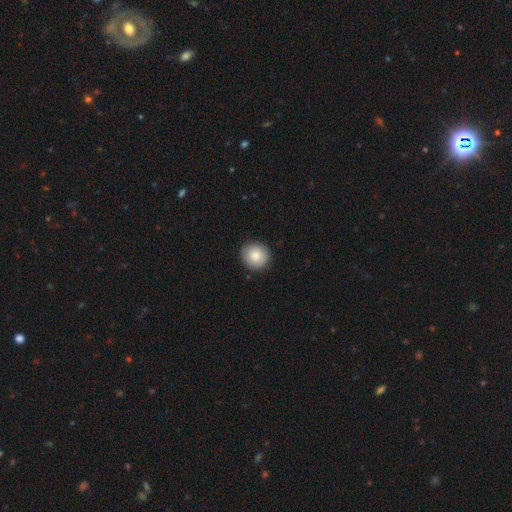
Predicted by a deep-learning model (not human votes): Smooth or featured?
  - smooth: 86% *
  - featured or disk: 7%
  - star or artifact: 7%
How rounded?
  - round: 90% *
  - in between: 9%
  - cigar-shaped: 1%
Merging?
  - none: 90% *
  - minor disturbance: 7%
  - major disturbance: 2%
  - merger: 1%